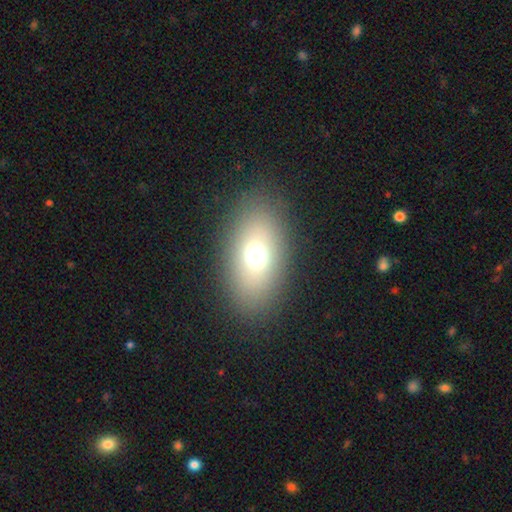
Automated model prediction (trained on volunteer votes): Smooth or featured? Predicted: smooth (p=0.67). How rounded? Predicted: in between (p=0.83). Merging? Predicted: none (p=0.85).